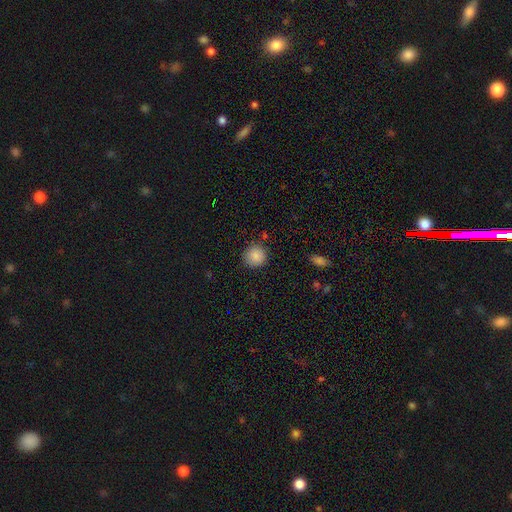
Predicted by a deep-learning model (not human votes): A smooth galaxy with no disk features (87%) that is round (91%). Merging: none (85%).